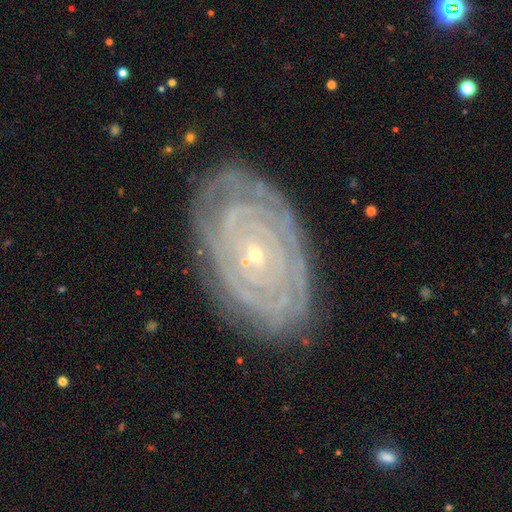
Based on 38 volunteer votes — Morphology: type=featured or disk (95%); edge-on=no (97%); bar=no (51%); spiral arms=yes (94%); winding=tight (85%); arm count=can't tell (48%); bulge=small (89%); merging=none (92%).